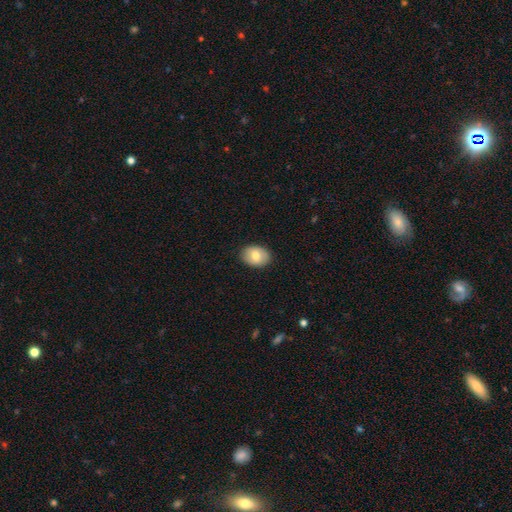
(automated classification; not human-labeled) A smooth galaxy with no disk features (74%) that is in between round and cigar-shaped (73%). Merging: none (88%).